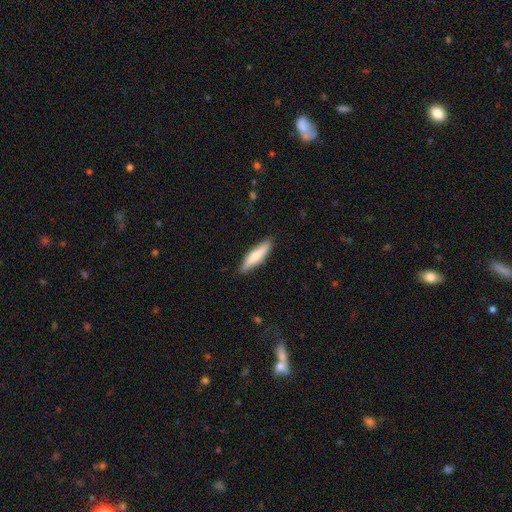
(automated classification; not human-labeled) smooth_or_featured: smooth (p=0.72) [alt: featured or disk p=0.23]
how_rounded: cigar-shaped (p=0.74) [alt: in between p=0.24]
merging: none (p=0.86) [alt: minor disturbance p=0.11]